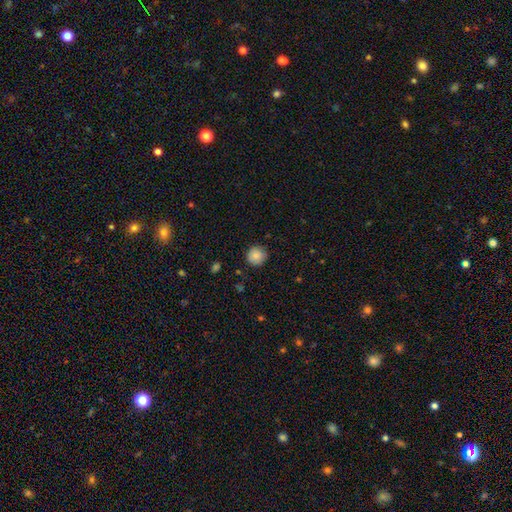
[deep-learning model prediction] A smooth galaxy with no disk features (86%) that is round (93%).

Vote fractions:
- Smooth or featured? smooth: 86% / star or artifact: 9% / featured or disk: 5%
- How rounded? round: 93% / in between: 6% / cigar-shaped: 1%
- Merging? none: 87% / minor disturbance: 10% / major disturbance: 2% / merger: 1%